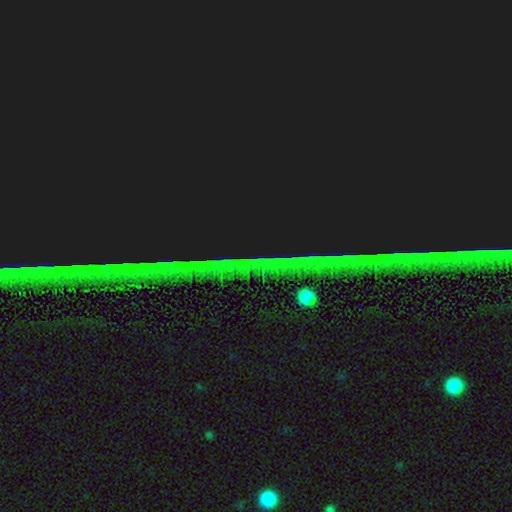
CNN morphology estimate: Q: Smooth or featured?
A: star or artifact (82%); runner-up: smooth (9%)